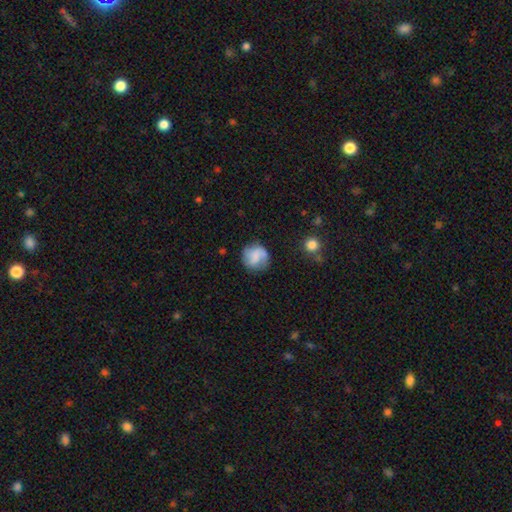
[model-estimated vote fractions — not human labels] Overall: smooth (56%; featured or disk 35%). How rounded: round (84%). Merging: none (66%).